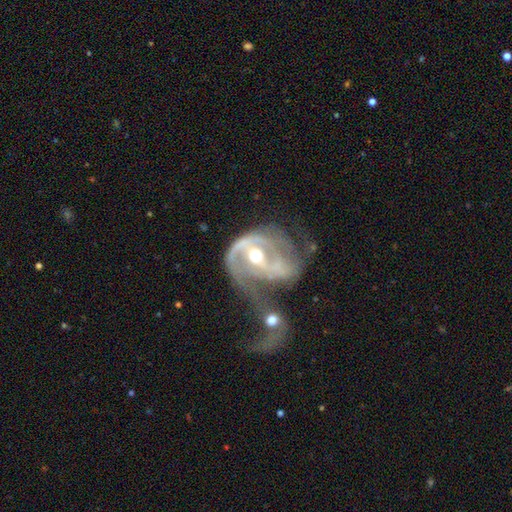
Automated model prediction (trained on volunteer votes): Smooth or featured?
  - featured or disk: 83% *
  - smooth: 11%
  - star or artifact: 6%
Edge-on disk?
  - no: 97% *
  - yes: 3%
Bar?
  - no: 41% *
  - weak: 35%
  - strong: 24%
Spiral arms?
  - yes: 80% *
  - no: 20%
Spiral winding?
  - medium: 43% *
  - loose: 30%
  - tight: 27%
Spiral arm count?
  - 2: 54% *
  - 1: 18%
  - can't tell: 17%
  - 3: 6%
  - 4: 3%
  - more than 4: 3%
Bulge size?
  - moderate: 76% *
  - small: 12%
  - large: 9%
  - dominant: 1%
  - none: 1%
Merging?
  - major disturbance: 36% *
  - merger: 31%
  - none: 20%
  - minor disturbance: 14%